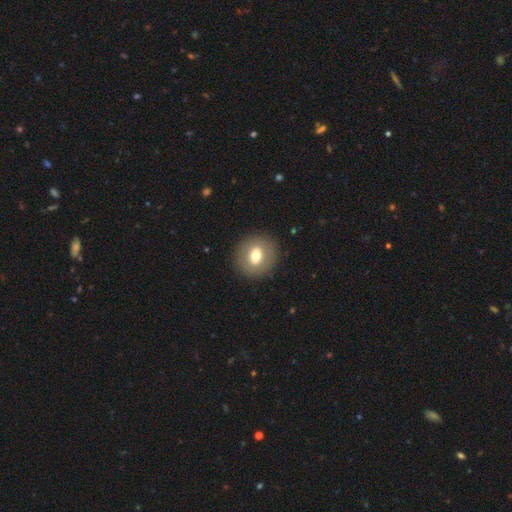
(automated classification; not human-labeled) smooth 66%, featured or disk 25%, star or artifact 9%. Down the decision tree: how rounded — round (77%); merging — none (88%).